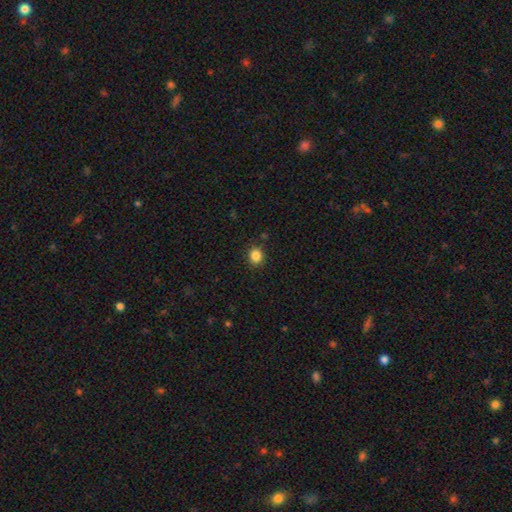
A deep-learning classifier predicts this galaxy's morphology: type=smooth (85%); roundness=round (83%); merging=none (88%).